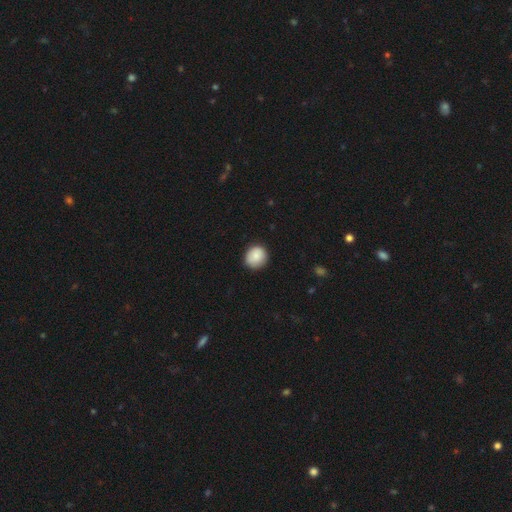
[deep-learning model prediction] Morphology: type=smooth (85%); roundness=round (86%); merging=none (83%).